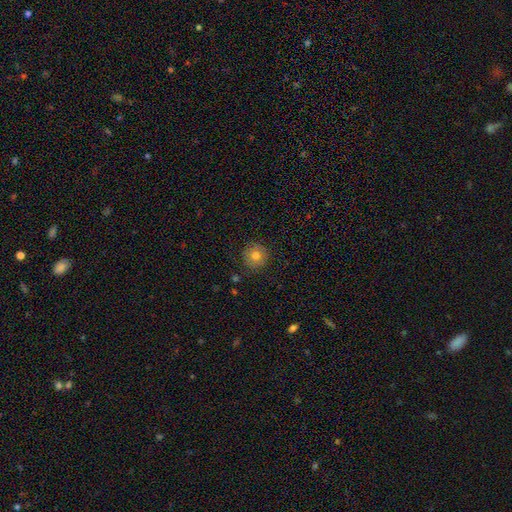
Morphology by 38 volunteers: Smooth or featured?
  - smooth: 84% *
  - featured or disk: 11%
  - star or artifact: 5%
How rounded?
  - round: 97% *
  - in between: 3%
  - cigar-shaped: 0%
Merging?
  - none: 86% *
  - minor disturbance: 11%
  - merger: 3%
  - major disturbance: 0%